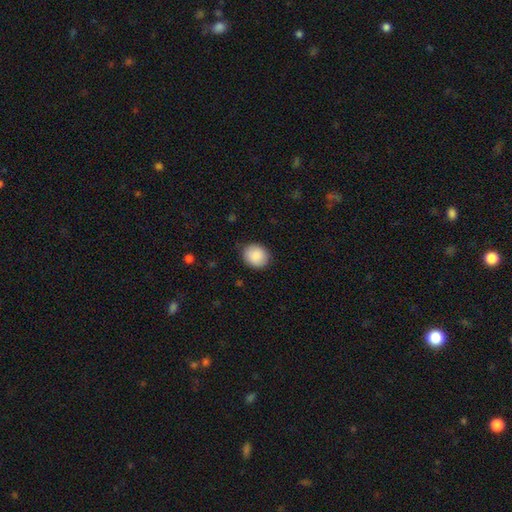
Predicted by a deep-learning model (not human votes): Overall: smooth (90%). How rounded: round (73%). Merging: none (86%).